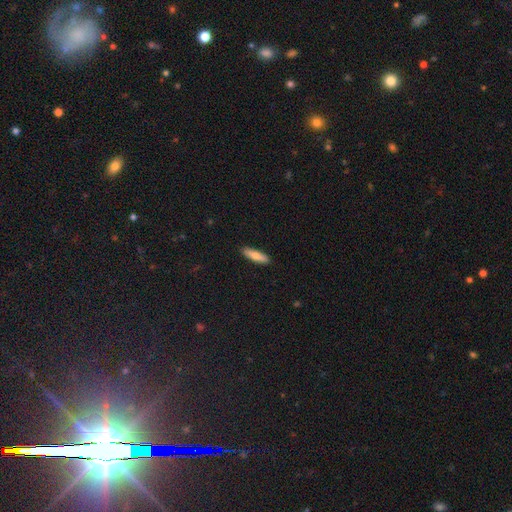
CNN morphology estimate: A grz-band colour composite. It shows a smooth galaxy with no disk features (74%) that is cigar-shaped (66%). Merging: none (91%).